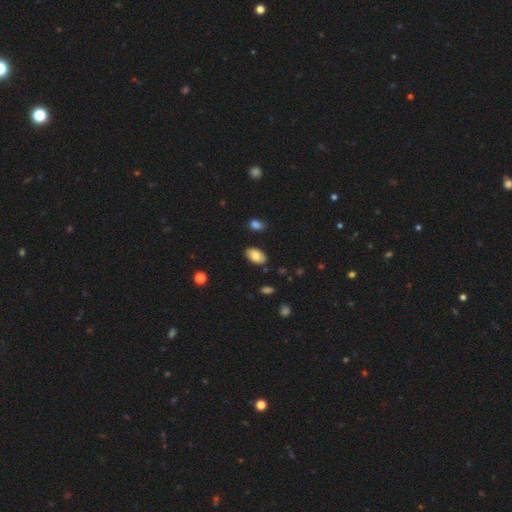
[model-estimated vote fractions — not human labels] A smooth galaxy with no disk features (81%) that is in between round and cigar-shaped (94%).

Vote fractions:
- Smooth or featured? smooth: 81% / featured or disk: 12% / star or artifact: 7%
- How rounded? in between: 94% / round: 4% / cigar-shaped: 2%
- Merging? none: 84% / minor disturbance: 11% / major disturbance: 2% / merger: 2%